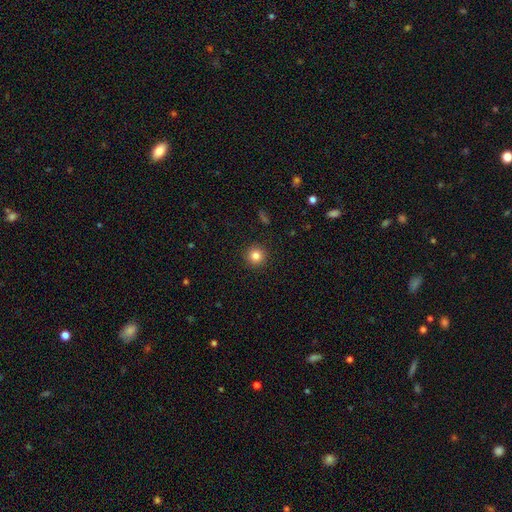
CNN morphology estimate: Smooth or featured? smooth (83%)
How rounded? round (95%)
Merging? none (92%)